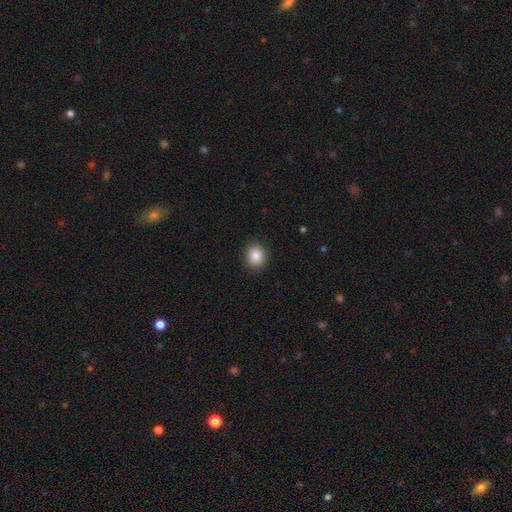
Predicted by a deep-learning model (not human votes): A smooth galaxy with no disk features (86%) that is round (77%). Merging: none (90%).